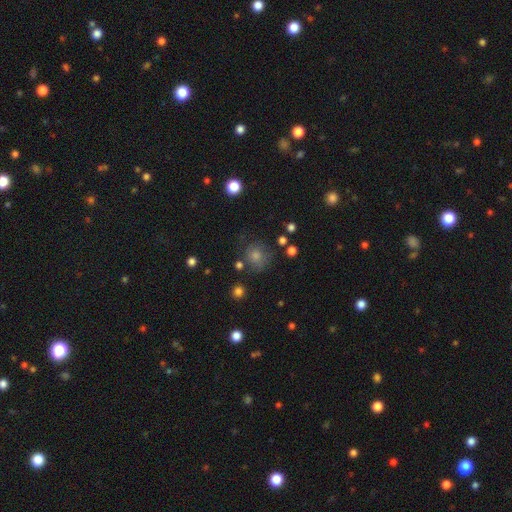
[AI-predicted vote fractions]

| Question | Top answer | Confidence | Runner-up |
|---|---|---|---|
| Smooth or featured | smooth | 62% | star or artifact (24%) |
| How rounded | round | 88% | in between (11%) |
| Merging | none | 75% | minor disturbance (14%) |